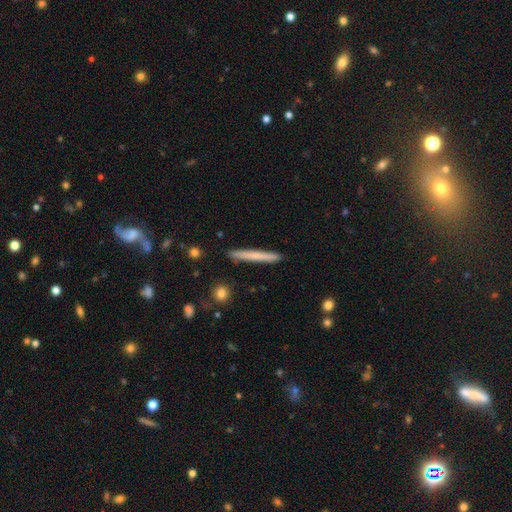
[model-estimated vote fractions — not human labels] Smooth or featured: smooth — 64% (featured or disk — 30%)
How rounded: cigar-shaped — 97% (in between — 2%)
Merging: none — 91% (minor disturbance — 6%)